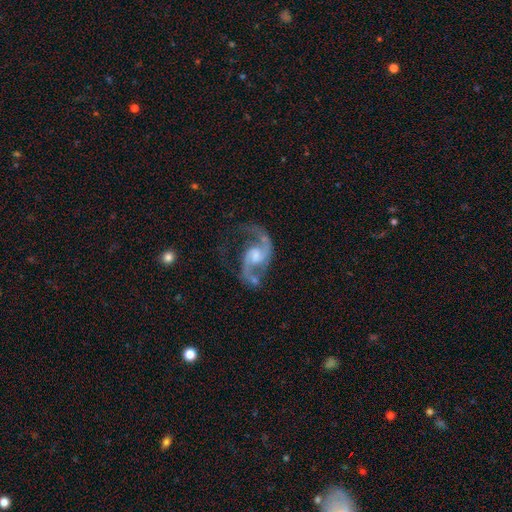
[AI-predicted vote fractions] A featured or disk galaxy (91%) with no bar (46%, tied with weak), 2 (93%) loose (49%) spiral arms (97%) and a moderate central bulge (42%).

Vote fractions:
- Smooth or featured? featured or disk: 91% / star or artifact: 5% / smooth: 4%
- Edge-on disk? no: 98% / yes: 2%
- Bar? no: 46% (tied) / weak: 46% (tied) / strong: 9%
- Spiral arms? yes: 97% / no: 3%
- Spiral winding? loose: 49% / medium: 44% / tight: 7%
- Spiral arm count? 2: 93% / 1: 3% / can't tell: 2% / 3: 1% / 4: 1% / more than 4: 1%
- Bulge size? moderate: 42% / small: 29% / none: 14% / large: 13% / dominant: 2%
- Merging? none: 64% / minor disturbance: 17% / major disturbance: 13% / merger: 5%